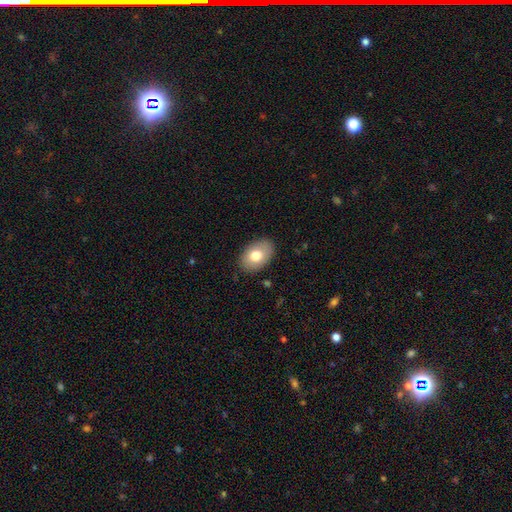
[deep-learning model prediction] A smooth galaxy with no disk features (76%) that is in between round and cigar-shaped (87%).

Vote fractions:
- Smooth or featured? smooth: 76% / featured or disk: 17% / star or artifact: 7%
- How rounded? in between: 87% / round: 12% / cigar-shaped: 1%
- Merging? none: 86% / minor disturbance: 10% / major disturbance: 2% / merger: 1%